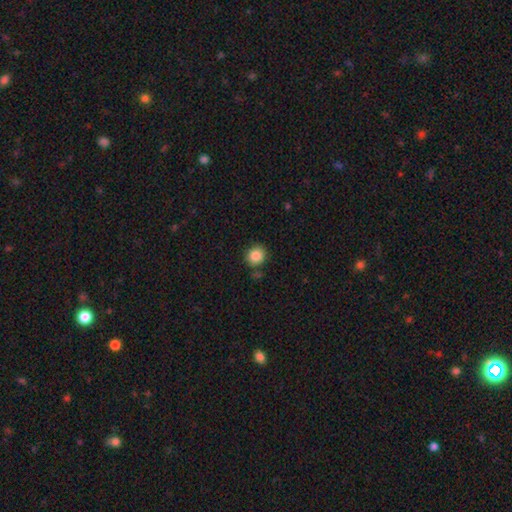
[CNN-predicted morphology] Smooth or featured? smooth (86%)
How rounded? round (86%)
Merging? none (79%)